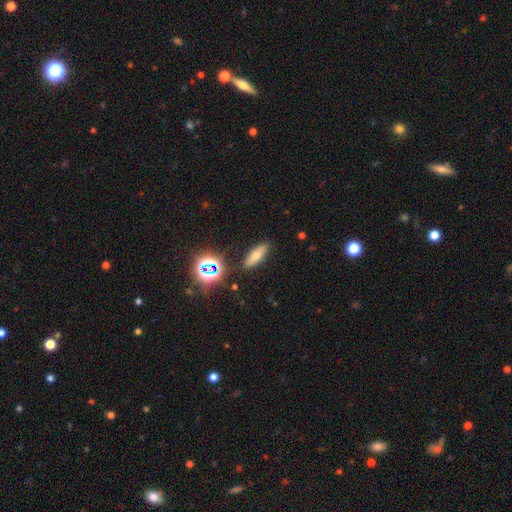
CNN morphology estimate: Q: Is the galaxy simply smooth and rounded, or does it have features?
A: smooth — 62%.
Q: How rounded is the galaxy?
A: in between — 54%.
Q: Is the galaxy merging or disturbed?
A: none — 85%.